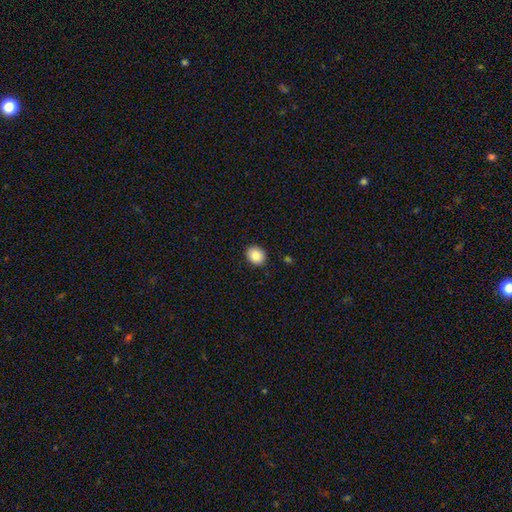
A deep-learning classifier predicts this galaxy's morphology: smooth-or-featured: smooth: 87% | star or artifact: 8% | featured or disk: 5%
  how-rounded: round: 59% | in between: 40% | cigar-shaped: 1%
  merging: none: 90% | minor disturbance: 7% | major disturbance: 2% | merger: 1%